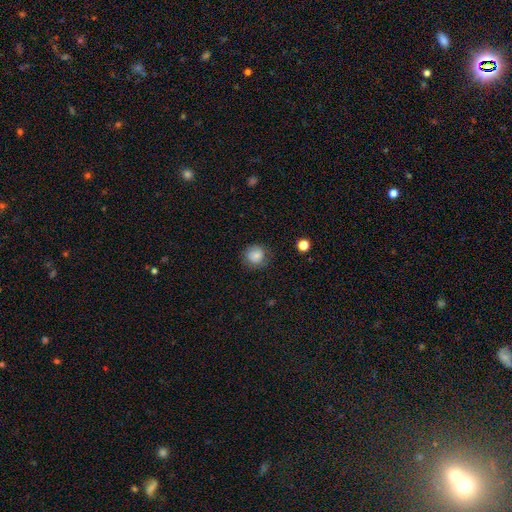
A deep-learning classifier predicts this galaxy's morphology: The model was most divided on "merging": none: 77%, minor disturbance: 16%, major disturbance: 5%, merger: 1%. More confident: how rounded — round (86%); smooth or featured — smooth (81%).